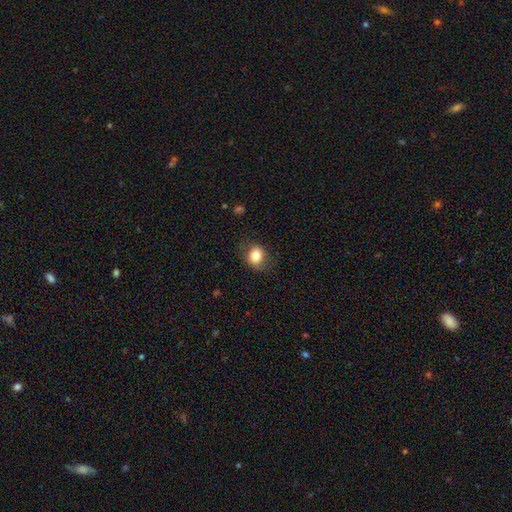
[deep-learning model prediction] Q: Smooth or featured?
A: smooth (80%); runner-up: featured or disk (10%)
Q: How rounded?
A: round (61%); runner-up: in between (38%)
Q: Merging?
A: none (77%); runner-up: minor disturbance (16%)